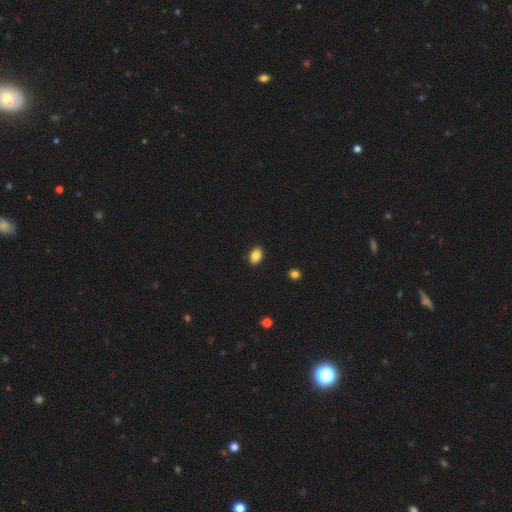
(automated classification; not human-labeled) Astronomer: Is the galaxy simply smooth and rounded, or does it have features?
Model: smooth — 86%.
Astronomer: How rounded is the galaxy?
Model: in between — 77%.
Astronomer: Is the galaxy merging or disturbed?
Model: none — 89%.